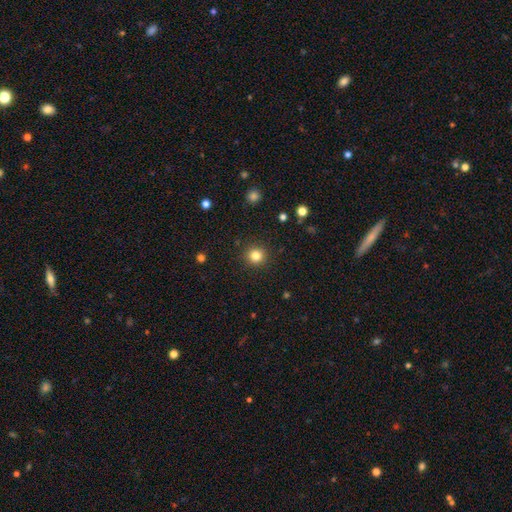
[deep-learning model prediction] The model was most divided on "smooth or featured": smooth: 82%, star or artifact: 13%, featured or disk: 5%. More confident: how rounded — round (94%); merging — none (92%).